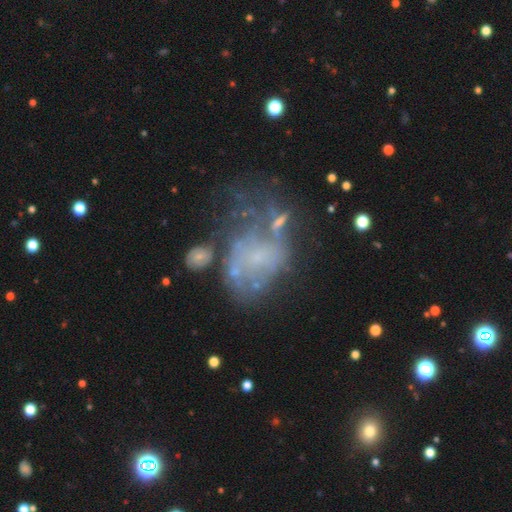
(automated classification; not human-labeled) This appears to be a featured or disk galaxy (55%) with no bar (87%), no spiral arms (77%) and no central bulge (56%). Merging: major disturbance (35%).